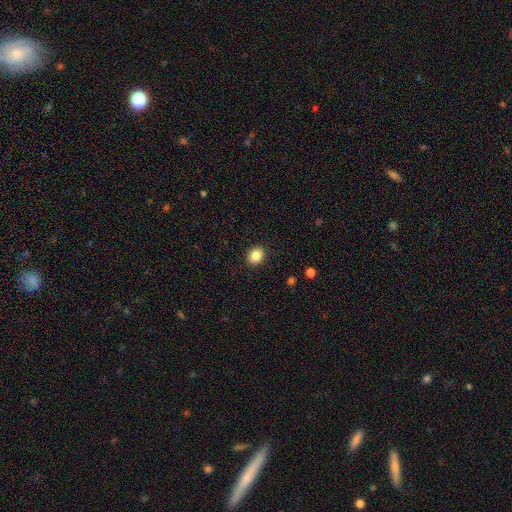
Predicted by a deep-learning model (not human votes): This appears to be a smooth galaxy with no disk features (86%) that is round (58%). Merging: none (90%).